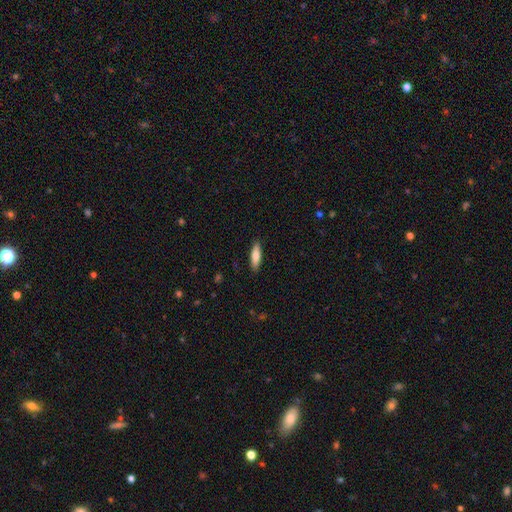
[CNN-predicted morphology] type=smooth (77%); roundness=cigar-shaped (62%); merging=none (89%).